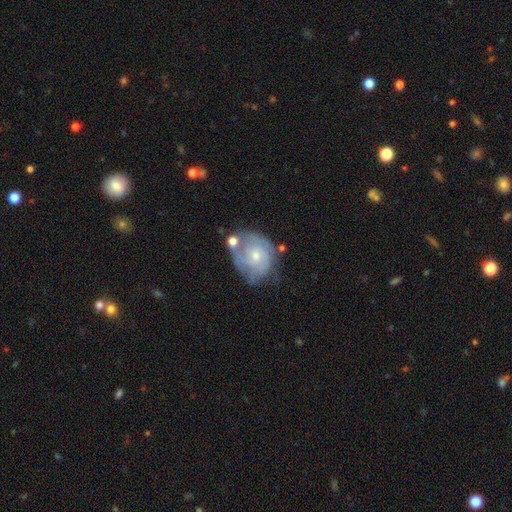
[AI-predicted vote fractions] smooth-or-featured: featured or disk: 80% | smooth: 14% | star or artifact: 6%
  disk-edge-on: no: 98% | yes: 2%
    bar: no: 72% | weak: 24% | strong: 3%
    has-spiral-arms: yes: 93% | no: 7%
      spiral-winding: tight: 62% | medium: 31% | loose: 7%
      spiral-arm-count: can't tell: 29% (tied) | 2: 29% (tied) | 3: 26% | 4: 7% | 1: 5% | more than 4: 4%
    bulge-size: small: 64% | moderate: 32% | none: 2% | large: 1% | dominant: 1%
  merging: none: 50% | minor disturbance: 25% | merger: 13% | major disturbance: 12%